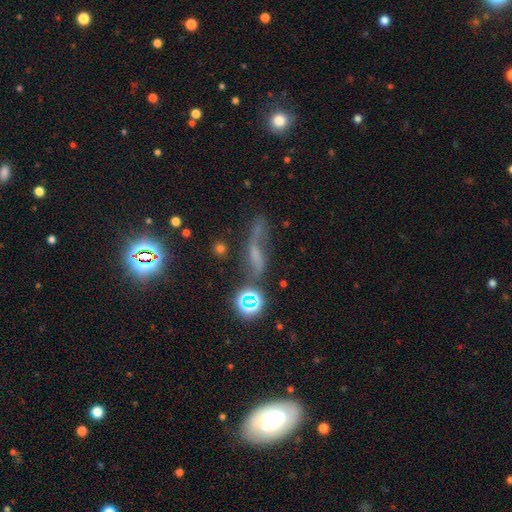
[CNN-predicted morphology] This is possibly a featured or disk galaxy (46%). Merging: possibly none (46%).